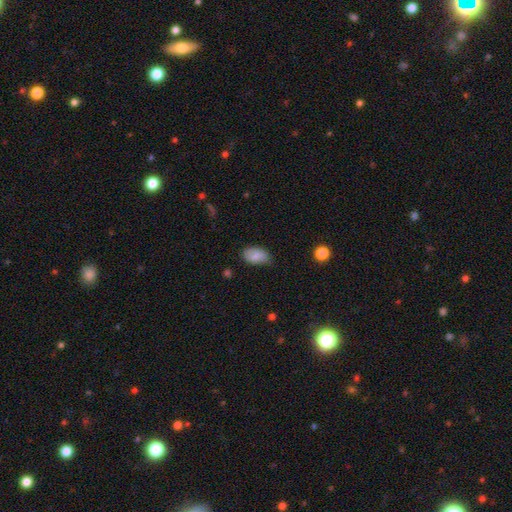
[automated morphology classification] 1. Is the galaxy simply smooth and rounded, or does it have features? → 82% smooth, 11% featured or disk, 7% star or artifact.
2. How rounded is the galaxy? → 91% in between, 7% round, 1% cigar-shaped.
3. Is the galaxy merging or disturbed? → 61% none, 32% minor disturbance, 6% major disturbance, 2% merger.